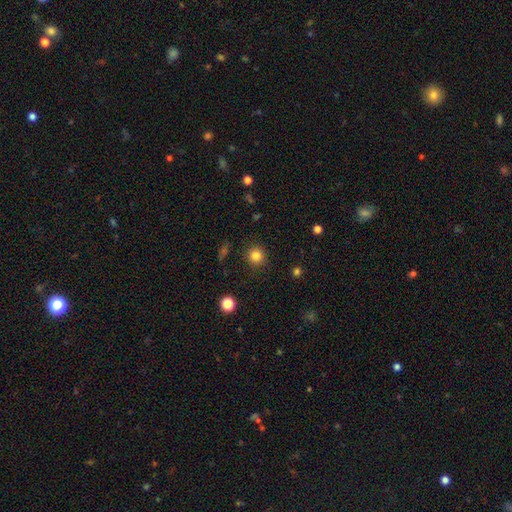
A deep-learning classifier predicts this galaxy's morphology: Q: Smooth or featured?
A: smooth (83%); runner-up: star or artifact (12%)
Q: How rounded?
A: round (93%); runner-up: in between (6%)
Q: Merging?
A: none (89%); runner-up: minor disturbance (7%)